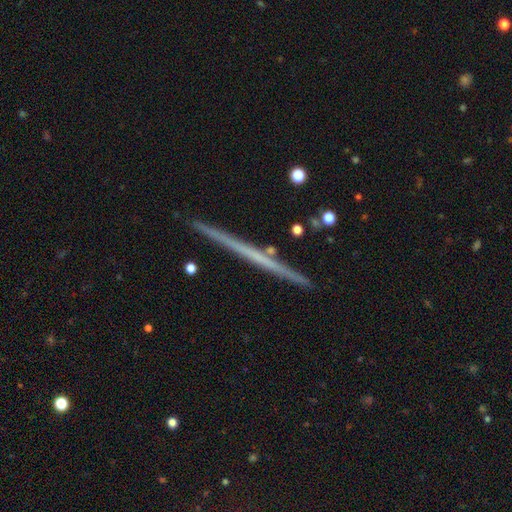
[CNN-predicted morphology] This appears to be a featured or disk galaxy (63%) viewed edge-on (98%) with no central bulge (91%). Merging: none (91%).